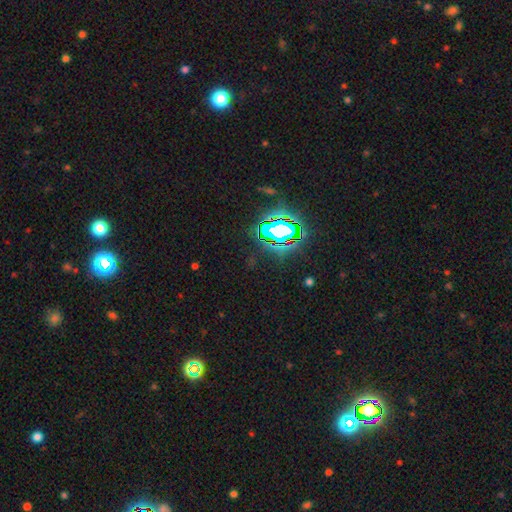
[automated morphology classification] Smooth or featured?
  - star or artifact: 79% *
  - smooth: 12%
  - featured or disk: 9%